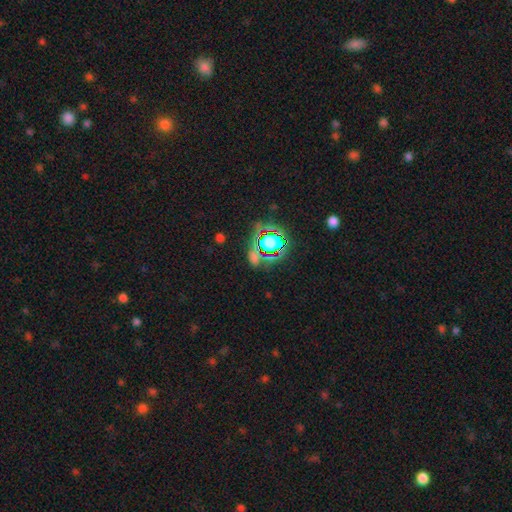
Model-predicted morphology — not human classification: star or artifact 70%, smooth 20%, featured or disk 10%.